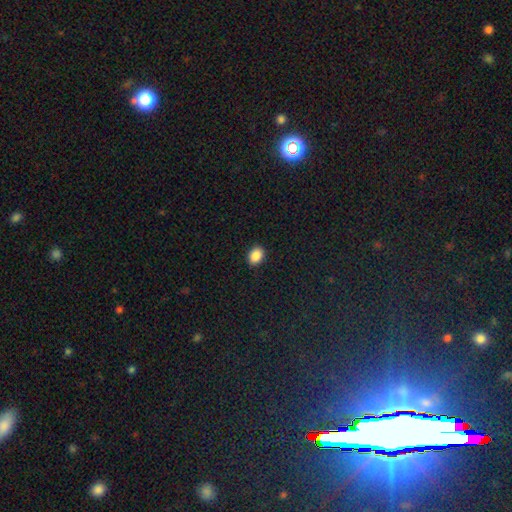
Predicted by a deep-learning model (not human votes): A smooth galaxy with no disk features (89%) that is in between round and cigar-shaped (74%). Merging: none (90%).